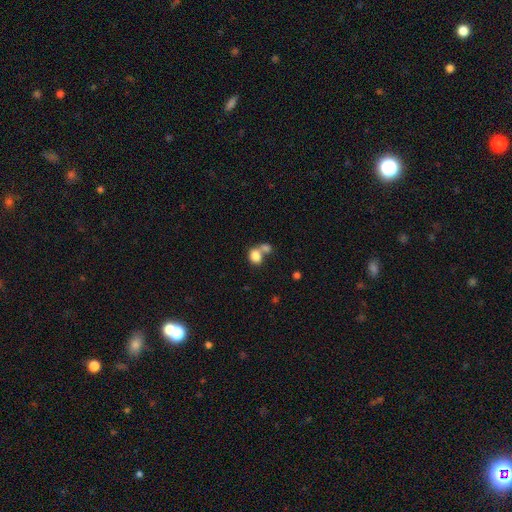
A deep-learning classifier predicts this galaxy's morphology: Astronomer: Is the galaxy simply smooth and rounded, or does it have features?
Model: smooth — 81%.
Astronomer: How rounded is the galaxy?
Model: in between — 55% (runner-up: round, 44%).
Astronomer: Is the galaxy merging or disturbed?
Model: merger — 59%.